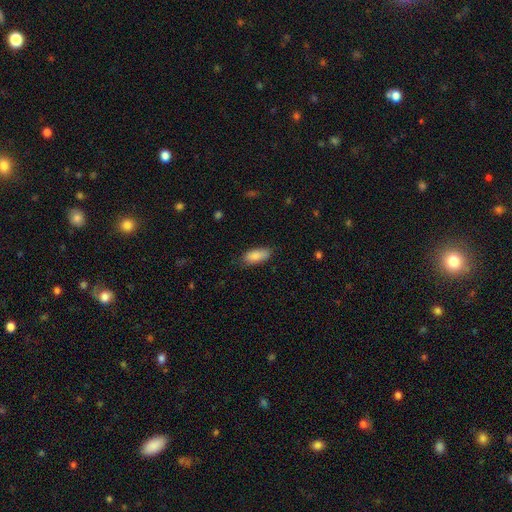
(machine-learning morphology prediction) smooth-or-featured: smooth: 86% | featured or disk: 8% | star or artifact: 6%
  how-rounded: in between: 83% | cigar-shaped: 15% | round: 2%
  merging: none: 77% | minor disturbance: 18% | major disturbance: 3% | merger: 1%